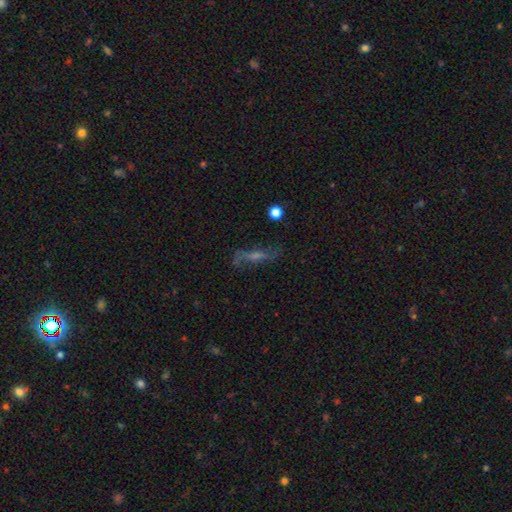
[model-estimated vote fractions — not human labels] featured or disk 54%, smooth 28%, star or artifact 18%. Down the decision tree: edge-on disk — no (58%); merging — none (65%).